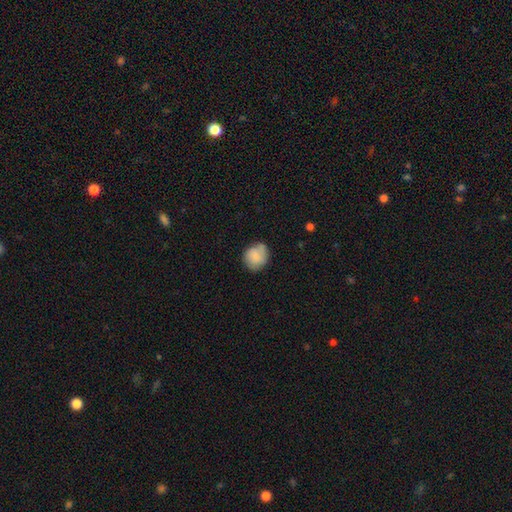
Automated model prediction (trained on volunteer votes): Smooth or featured?
  - smooth: 82% *
  - featured or disk: 10%
  - star or artifact: 7%
How rounded?
  - round: 78% *
  - in between: 21%
  - cigar-shaped: 1%
Merging?
  - none: 66% *
  - minor disturbance: 25%
  - major disturbance: 6%
  - merger: 4%